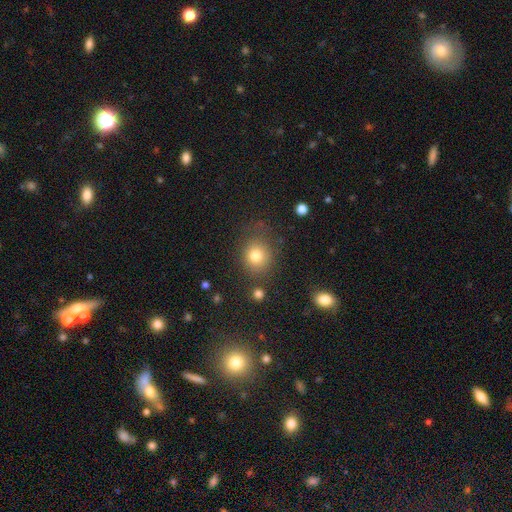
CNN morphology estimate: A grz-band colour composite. It shows a smooth galaxy with no disk features (79%) that is round (78%). Merging: none (73%).